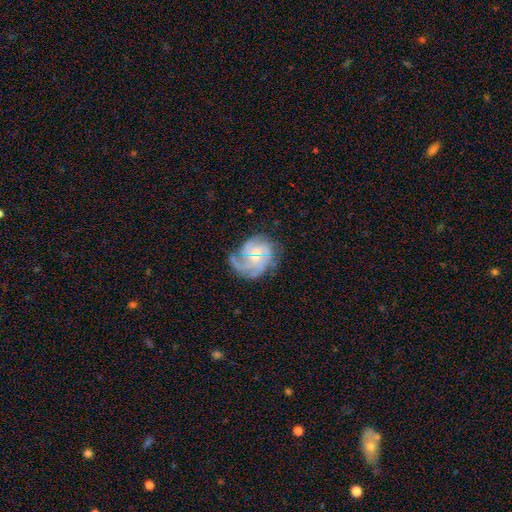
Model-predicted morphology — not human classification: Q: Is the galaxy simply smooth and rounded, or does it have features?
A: featured or disk — 75%.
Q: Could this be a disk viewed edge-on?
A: no — 98%.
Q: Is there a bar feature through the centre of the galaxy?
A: no — 71%.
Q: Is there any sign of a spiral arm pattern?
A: yes — 87%.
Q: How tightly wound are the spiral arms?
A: tight — 47%.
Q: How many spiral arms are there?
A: can't tell — 35%.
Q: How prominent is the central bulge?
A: small — 64%.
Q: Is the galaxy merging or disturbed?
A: none — 48%.